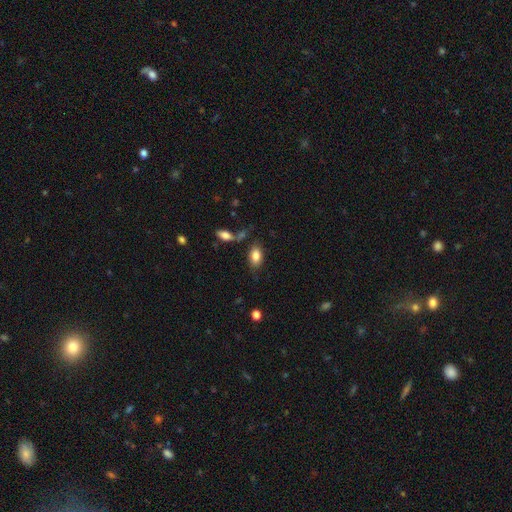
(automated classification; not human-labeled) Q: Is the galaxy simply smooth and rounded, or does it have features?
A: smooth — 83%.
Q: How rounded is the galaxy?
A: in between — 89%.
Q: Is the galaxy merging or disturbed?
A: none — 72%.